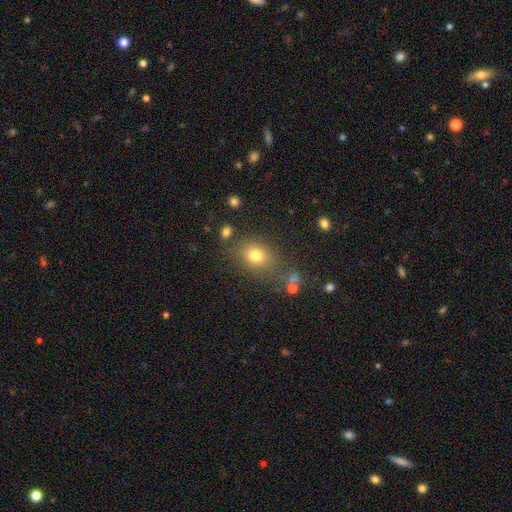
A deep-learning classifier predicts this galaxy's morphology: Overall: smooth (74%). How rounded: in between (52%; round 46%). Merging: none (68%).